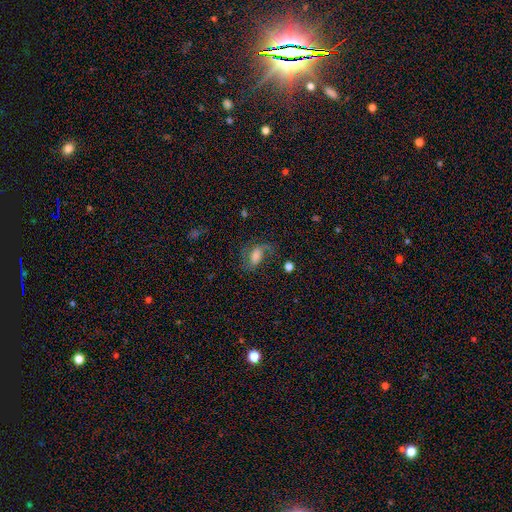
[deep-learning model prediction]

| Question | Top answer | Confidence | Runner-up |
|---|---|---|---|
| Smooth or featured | featured or disk | 51% | smooth (37%) |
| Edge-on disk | no | 95% | yes (5%) |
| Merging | none | 54% | major disturbance (22%) |